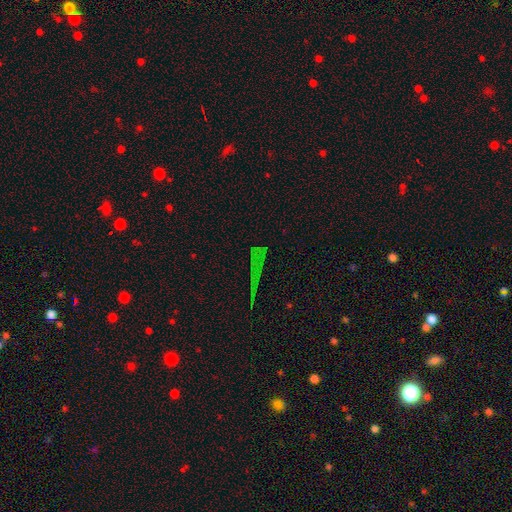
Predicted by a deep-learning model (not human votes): Overall: star or artifact (66%).